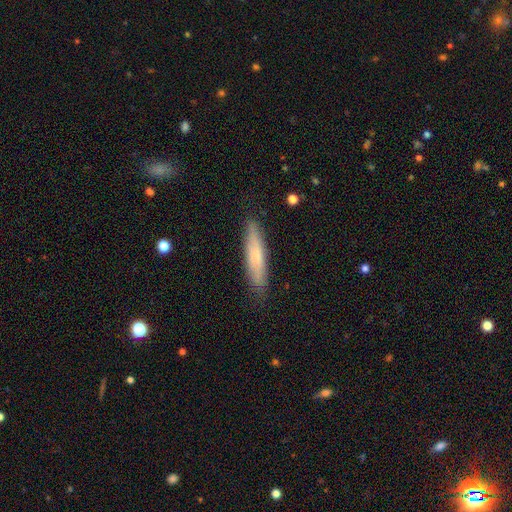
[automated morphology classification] Smooth or featured? smooth (66%)
How rounded? cigar-shaped (85%)
Merging? none (84%)